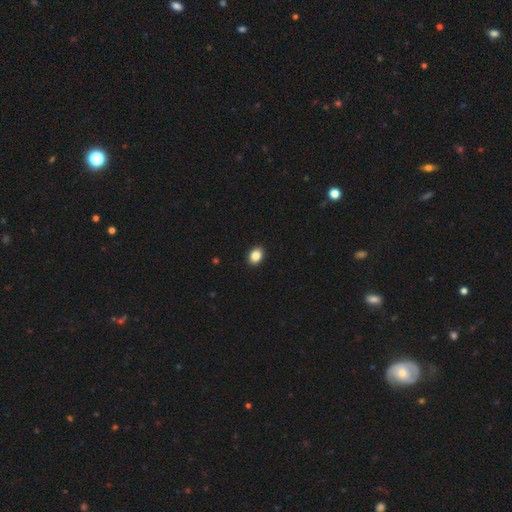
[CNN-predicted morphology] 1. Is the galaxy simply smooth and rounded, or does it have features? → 87% smooth, 9% star or artifact, 5% featured or disk.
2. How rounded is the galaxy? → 64% in between, 35% round, 1% cigar-shaped.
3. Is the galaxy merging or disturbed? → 91% none, 6% minor disturbance, 2% major disturbance, 1% merger.